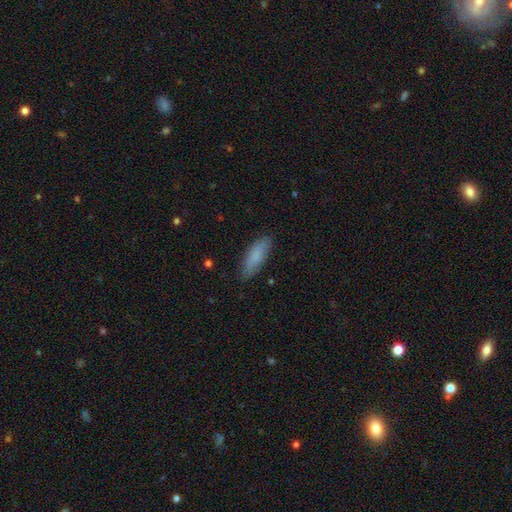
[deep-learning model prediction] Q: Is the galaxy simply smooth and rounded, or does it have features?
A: smooth — 84%.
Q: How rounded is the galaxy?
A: in between — 56%.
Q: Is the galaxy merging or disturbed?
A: none — 83%.